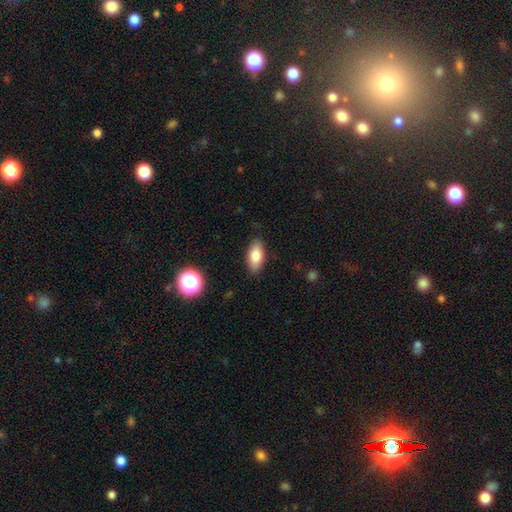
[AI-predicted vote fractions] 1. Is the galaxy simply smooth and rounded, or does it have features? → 83% smooth, 10% featured or disk, 8% star or artifact.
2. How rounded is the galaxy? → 89% in between, 8% cigar-shaped, 3% round.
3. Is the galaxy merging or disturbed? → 86% none, 10% minor disturbance, 2% major disturbance, 1% merger.